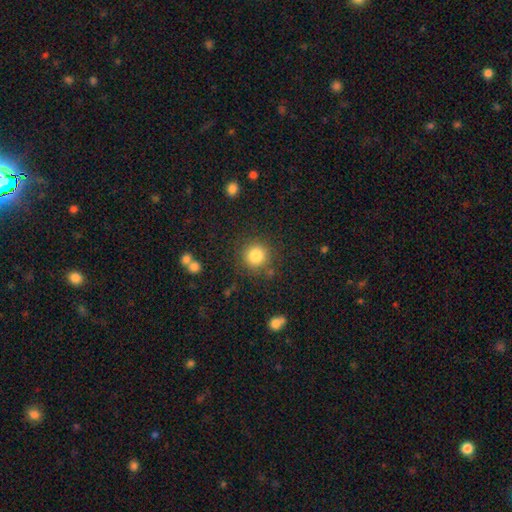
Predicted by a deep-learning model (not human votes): This appears to be a smooth galaxy with no disk features (83%) that is round (93%). Merging: none (85%).